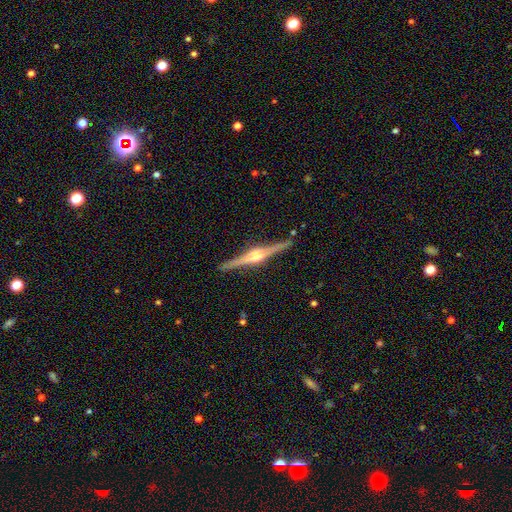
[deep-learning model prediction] Morphology: type=featured or disk (86%); edge-on=yes (98%); edge-on bulge=rounded (89%); merging=none (90%).